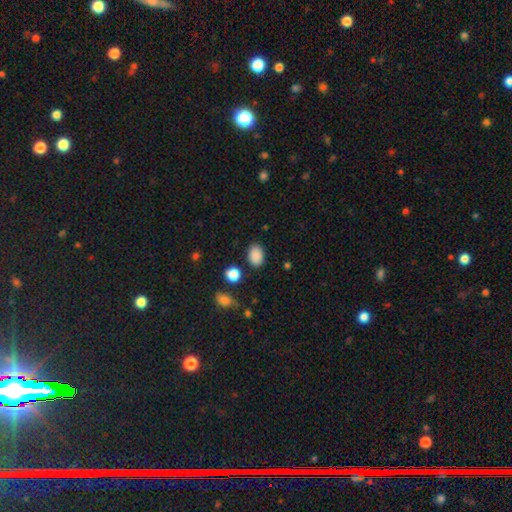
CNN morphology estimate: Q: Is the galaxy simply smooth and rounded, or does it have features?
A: smooth — 87%.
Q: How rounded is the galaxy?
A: in between — 79%.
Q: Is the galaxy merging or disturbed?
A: none — 83%.